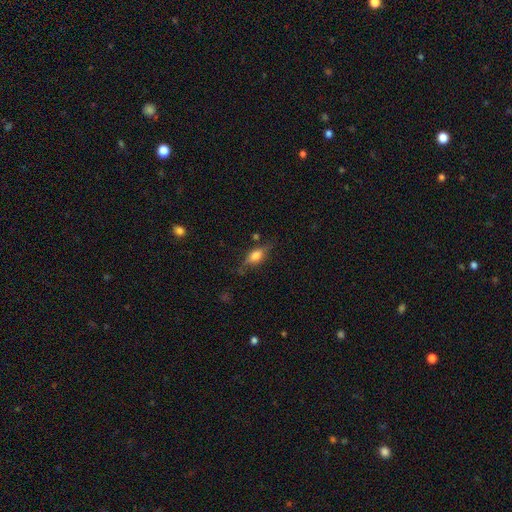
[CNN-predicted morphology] Smooth or featured: smooth — 49% (featured or disk — 42%)
Merging: none — 70% (minor disturbance — 21%)